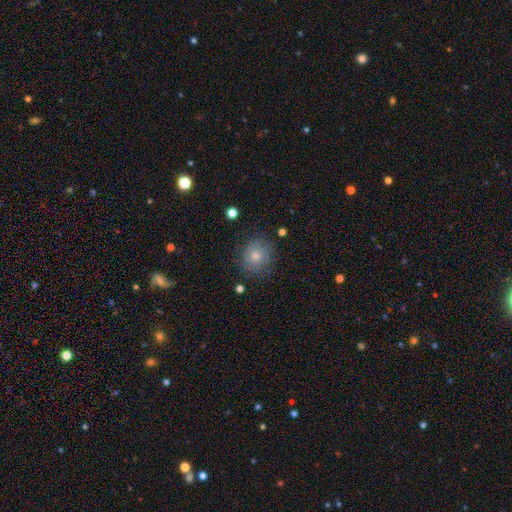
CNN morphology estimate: Overall: smooth (70%). How rounded: round (87%). Merging: none (77%).